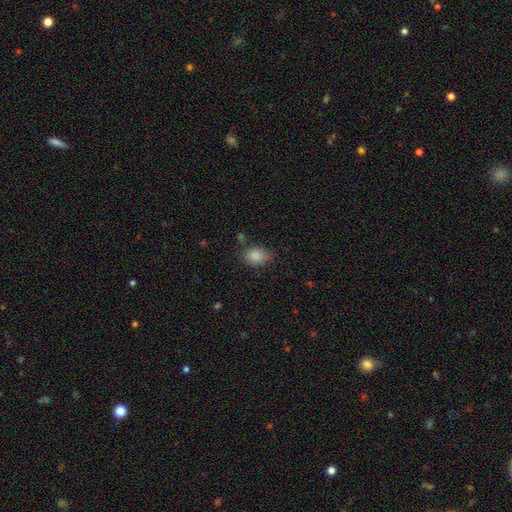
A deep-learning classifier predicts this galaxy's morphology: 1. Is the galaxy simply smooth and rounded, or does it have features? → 86% smooth, 9% star or artifact, 5% featured or disk.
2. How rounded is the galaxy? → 69% in between, 29% round, 1% cigar-shaped.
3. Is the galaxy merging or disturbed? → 68% none, 22% minor disturbance, 6% major disturbance, 4% merger.